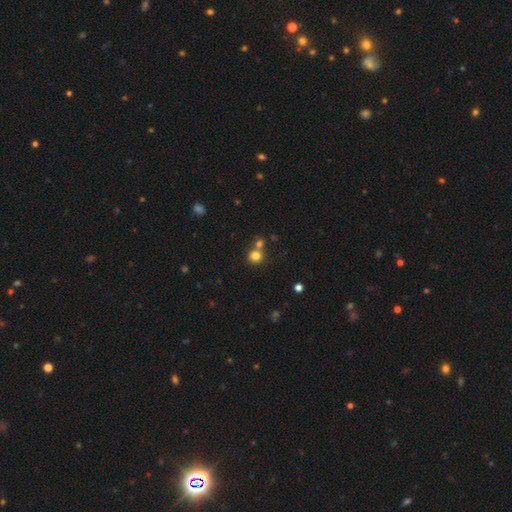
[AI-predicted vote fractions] This is likely a smooth galaxy (79%). How rounded: clearly round (90%). Merging: likely none (64%).